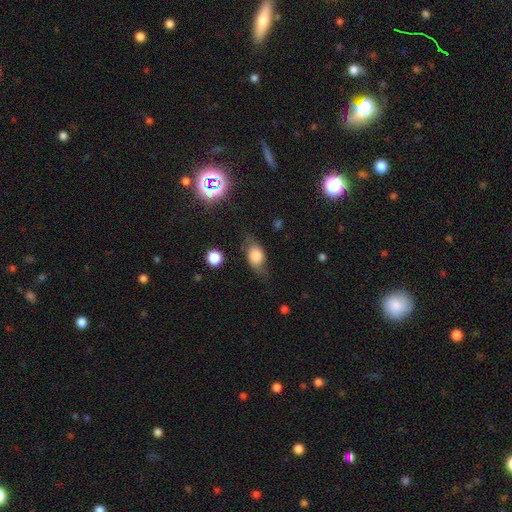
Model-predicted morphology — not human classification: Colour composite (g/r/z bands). It shows a smooth galaxy with no disk features (58%) that is in between round and cigar-shaped (74%). Merging: none (62%).